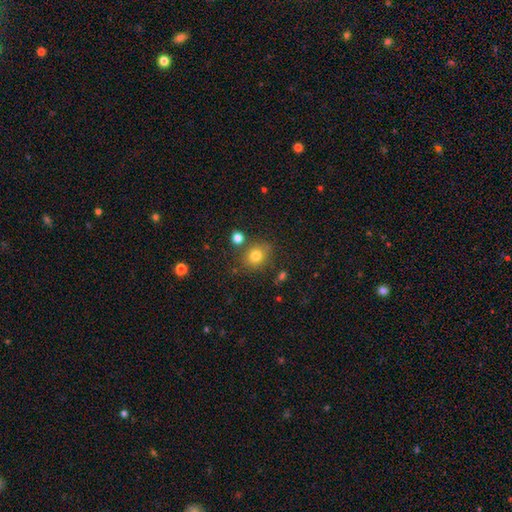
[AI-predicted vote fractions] smooth_or_featured: smooth (p=0.79) [alt: star or artifact p=0.13]
how_rounded: round (p=0.72) [alt: in between p=0.27]
merging: none (p=0.76) [alt: minor disturbance p=0.12]